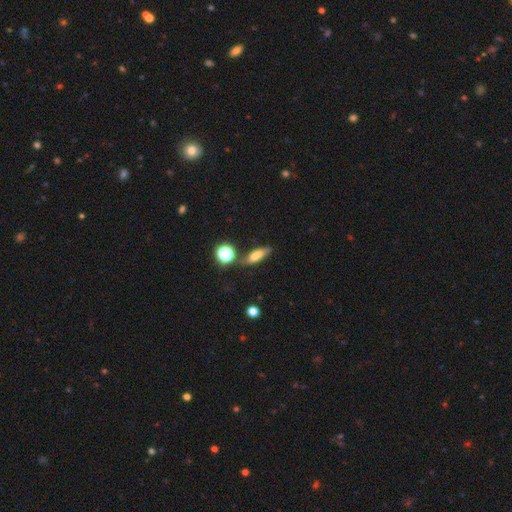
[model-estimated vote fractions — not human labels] Morphology: type=smooth (61%); roundness=in between (47%); merging=none (69%).